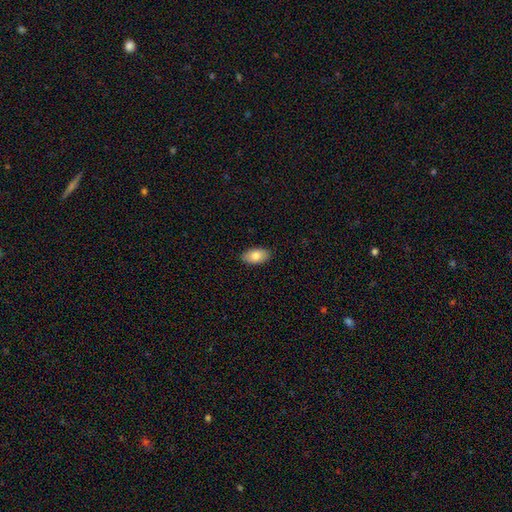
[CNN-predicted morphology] smooth_or_featured: smooth (p=0.82) [alt: featured or disk p=0.11]
how_rounded: in between (p=0.94) [alt: round p=0.04]
merging: none (p=0.88) [alt: minor disturbance p=0.09]